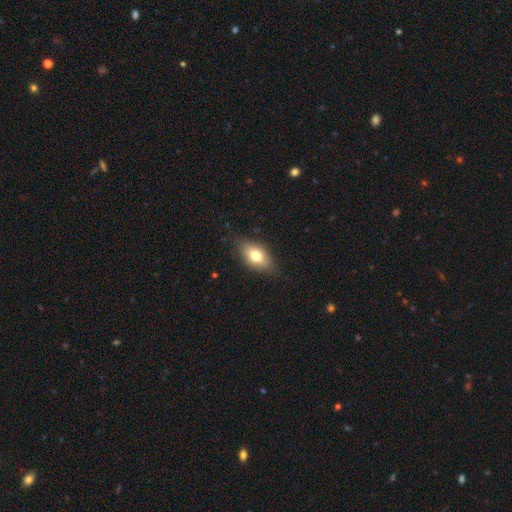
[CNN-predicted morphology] A smooth galaxy with no disk features (75%) that is in between round and cigar-shaped (88%). Merging: none (81%).